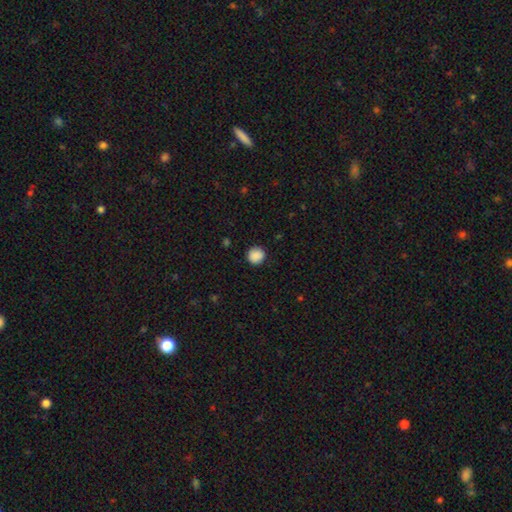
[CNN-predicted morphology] Smooth or featured?
  - smooth: 89% *
  - star or artifact: 9%
  - featured or disk: 3%
How rounded?
  - round: 92% *
  - in between: 7%
  - cigar-shaped: 1%
Merging?
  - none: 90% *
  - minor disturbance: 7%
  - major disturbance: 2%
  - merger: 1%